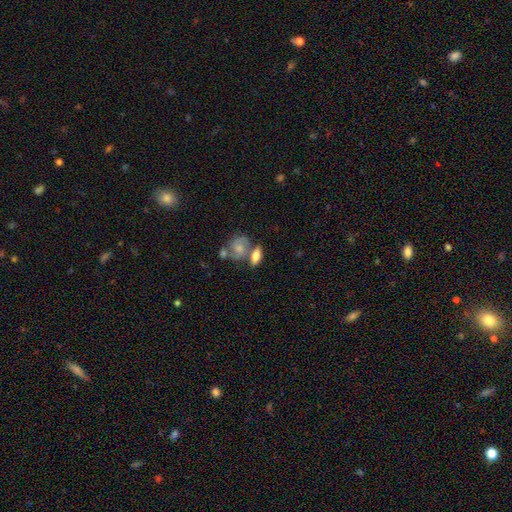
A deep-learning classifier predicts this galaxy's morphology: Smooth or featured?
  - smooth: 66% *
  - featured or disk: 26%
  - star or artifact: 8%
How rounded?
  - in between: 76% *
  - cigar-shaped: 14%
  - round: 10%
Merging?
  - none: 50% *
  - merger: 30%
  - minor disturbance: 14%
  - major disturbance: 6%